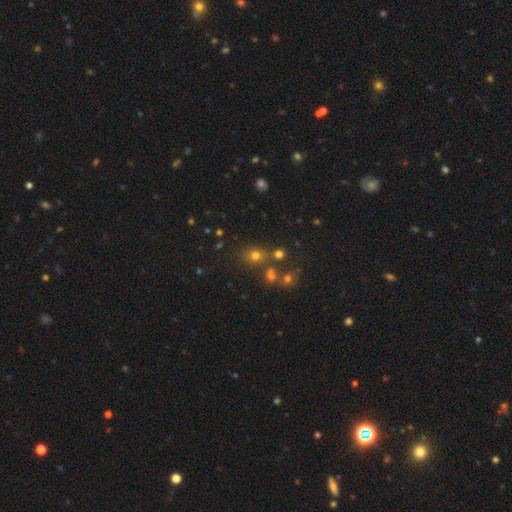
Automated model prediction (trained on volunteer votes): This appears to be a smooth galaxy with no disk features (62%) that is round (70%). Merging: none (69%).